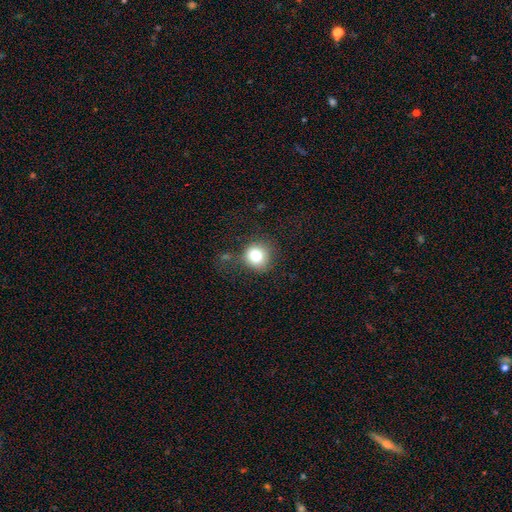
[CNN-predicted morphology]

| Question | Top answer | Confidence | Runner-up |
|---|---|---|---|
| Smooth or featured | smooth | 79% | star or artifact (12%) |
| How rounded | round | 89% | in between (10%) |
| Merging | none | 76% | minor disturbance (15%) |